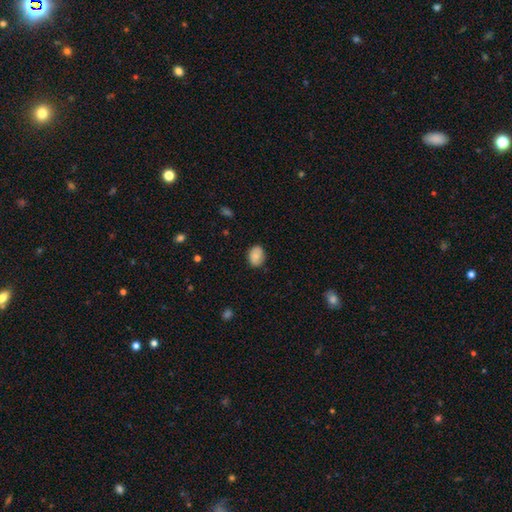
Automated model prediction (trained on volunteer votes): The model was most divided on "how rounded": in between: 61%, round: 38%, cigar-shaped: 1%. More confident: merging — none (80%); smooth or featured — smooth (79%).